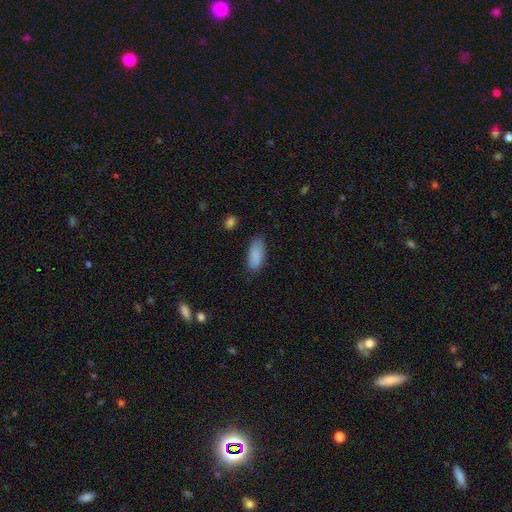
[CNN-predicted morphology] Smooth or featured? smooth (87%)
How rounded? in between (86%)
Merging? none (74%)